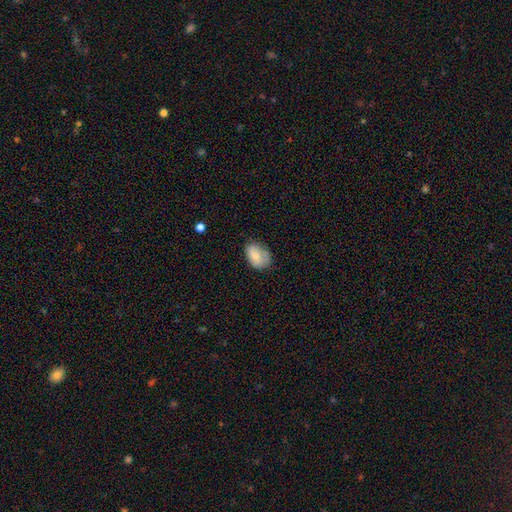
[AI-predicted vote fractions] Smooth or featured?
  - smooth: 78% *
  - featured or disk: 15%
  - star or artifact: 7%
How rounded?
  - in between: 80% *
  - round: 19%
  - cigar-shaped: 1%
Merging?
  - none: 60% *
  - minor disturbance: 29%
  - major disturbance: 8%
  - merger: 2%